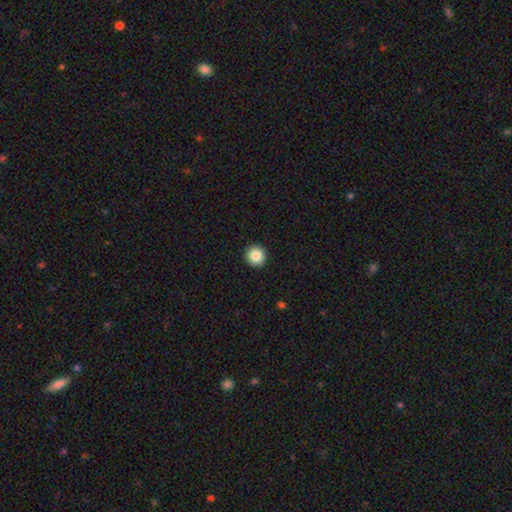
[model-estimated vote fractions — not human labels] smooth 86%, star or artifact 9%, featured or disk 5%. Down the decision tree: how rounded — round (95%); merging — none (94%).